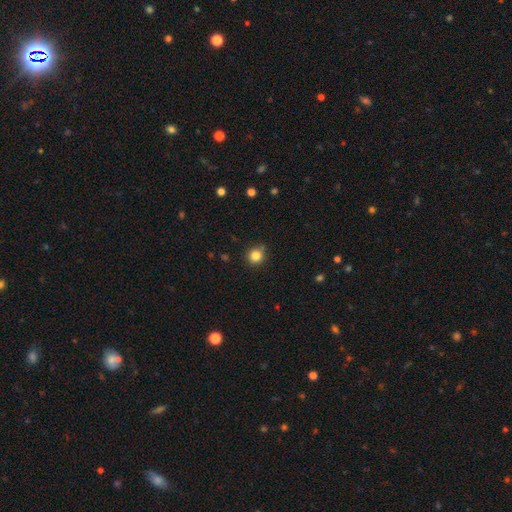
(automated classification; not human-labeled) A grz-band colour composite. It shows a smooth galaxy with no disk features (83%) that is round (91%). Merging: none (85%).